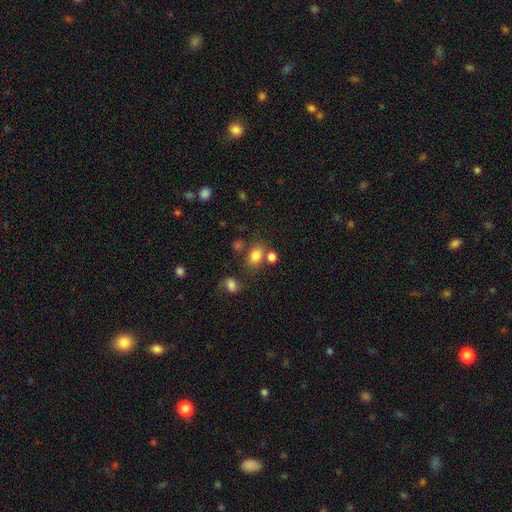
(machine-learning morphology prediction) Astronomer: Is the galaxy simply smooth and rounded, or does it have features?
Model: smooth — 80%.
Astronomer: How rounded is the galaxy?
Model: in between — 65%.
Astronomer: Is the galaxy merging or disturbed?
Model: none — 63%.